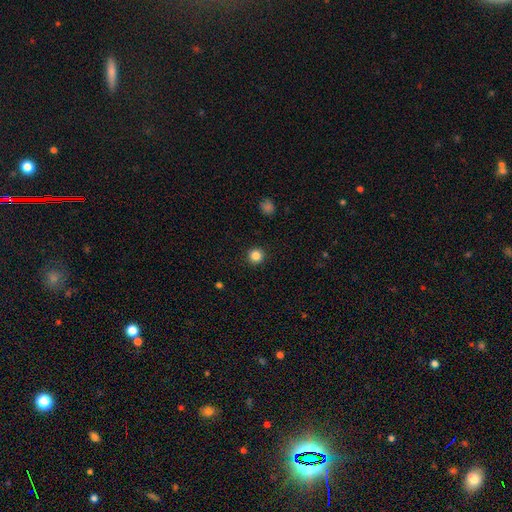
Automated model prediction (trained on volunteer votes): smooth-or-featured: smooth: 85% | star or artifact: 11% | featured or disk: 4%
  how-rounded: round: 96% | in between: 3% | cigar-shaped: 1%
  merging: none: 93% | minor disturbance: 4% | major disturbance: 2% | merger: 1%